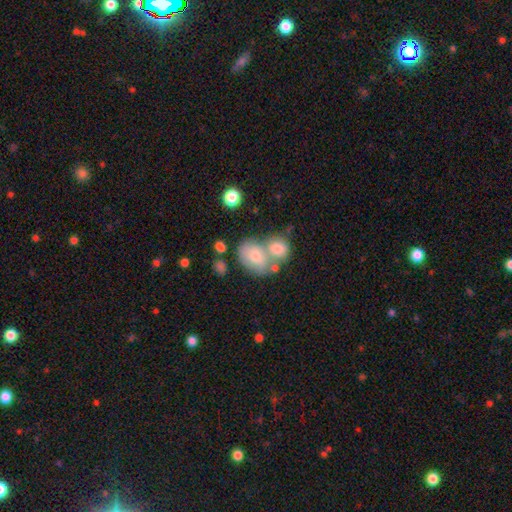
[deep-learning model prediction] smooth 69%, featured or disk 22%, star or artifact 9%. Down the decision tree: how rounded — in between (68%); merging — merger (53%).